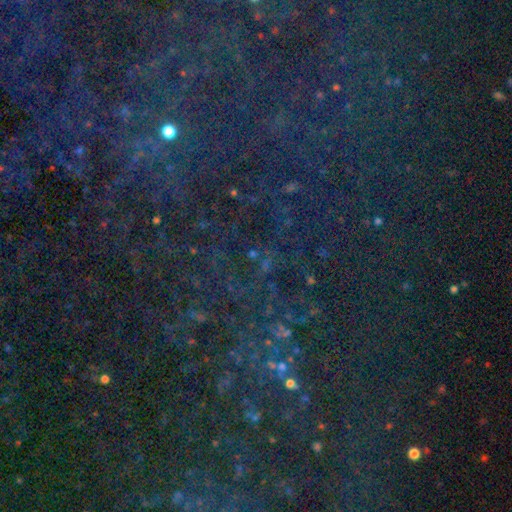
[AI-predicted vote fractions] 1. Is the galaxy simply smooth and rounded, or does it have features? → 83% star or artifact, 10% smooth, 7% featured or disk.